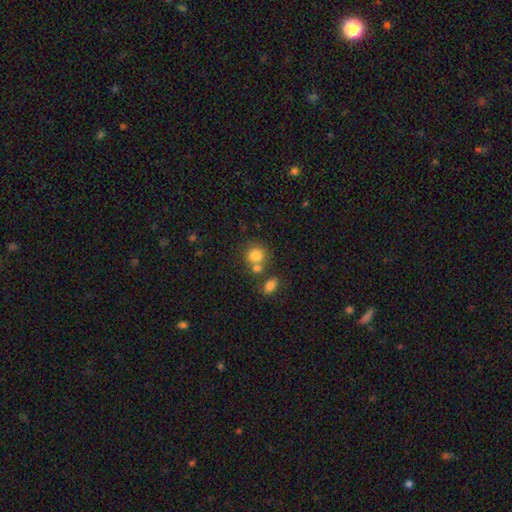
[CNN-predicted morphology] smooth 81%, star or artifact 10%, featured or disk 9%. Down the decision tree: how rounded — round (79%); merging — none (52%).